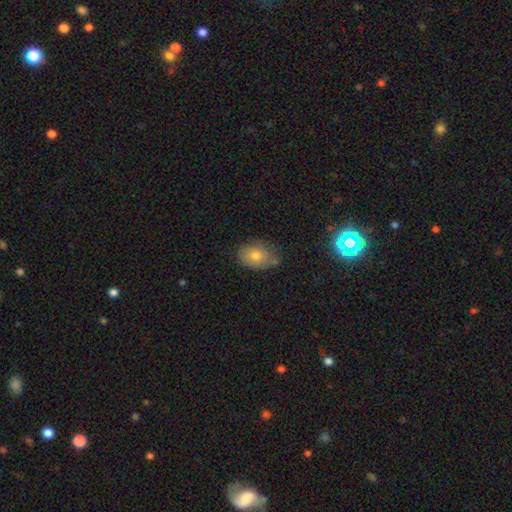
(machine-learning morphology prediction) This is likely a smooth galaxy (73%). How rounded: likely in between (71%). Merging: likely none (66%).